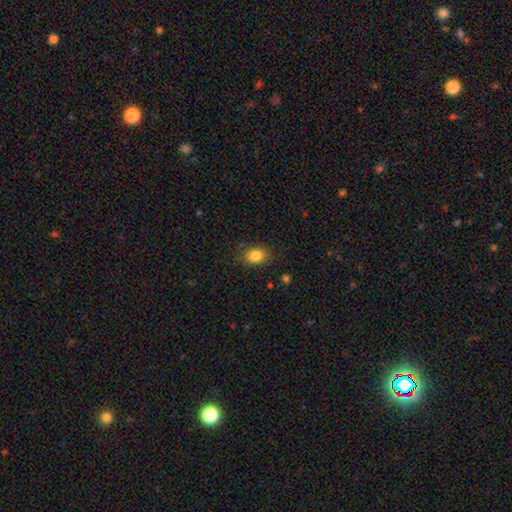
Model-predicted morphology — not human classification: Smooth or featured: smooth — 84% (star or artifact — 10%)
How rounded: in between — 67% (round — 31%)
Merging: none — 81% (minor disturbance — 14%)